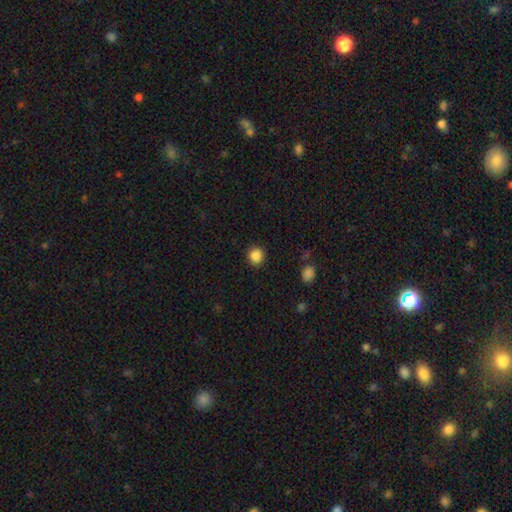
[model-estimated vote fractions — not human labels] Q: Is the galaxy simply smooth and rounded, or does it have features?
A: smooth — 86%.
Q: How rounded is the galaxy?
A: round — 88%.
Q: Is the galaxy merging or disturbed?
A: none — 91%.